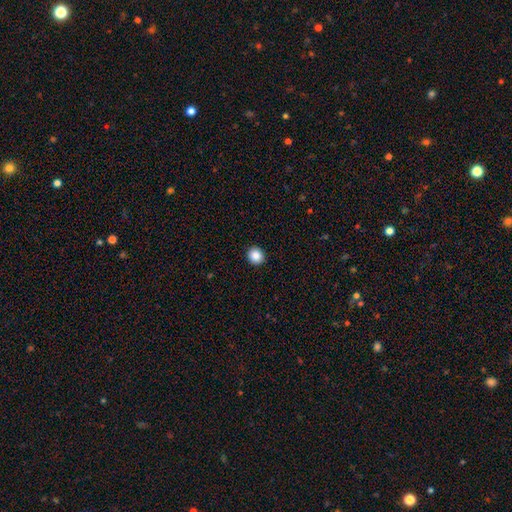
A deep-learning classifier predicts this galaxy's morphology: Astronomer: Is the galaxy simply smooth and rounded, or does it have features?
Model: smooth — 87%.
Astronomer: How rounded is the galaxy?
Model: round — 85%.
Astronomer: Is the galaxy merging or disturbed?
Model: none — 93%.